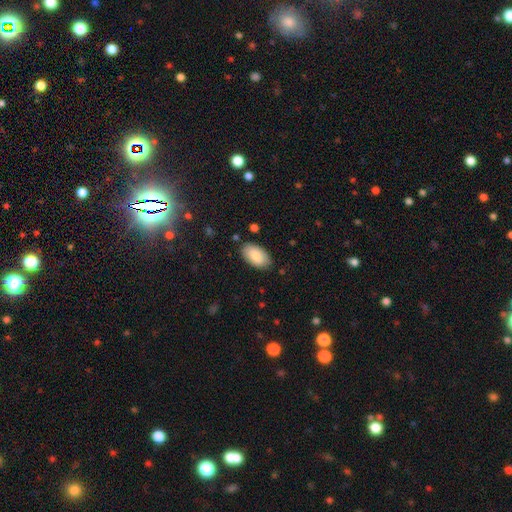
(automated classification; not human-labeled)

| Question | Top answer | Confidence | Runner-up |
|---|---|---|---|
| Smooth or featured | smooth | 85% | featured or disk (9%) |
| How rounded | in between | 95% | round (4%) |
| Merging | none | 84% | minor disturbance (12%) |